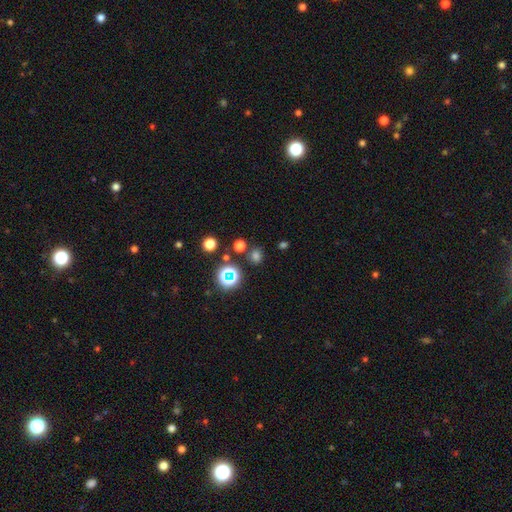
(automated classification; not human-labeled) This appears to be a smooth galaxy with no disk features (67%) that is round (79%). Merging: none (80%).